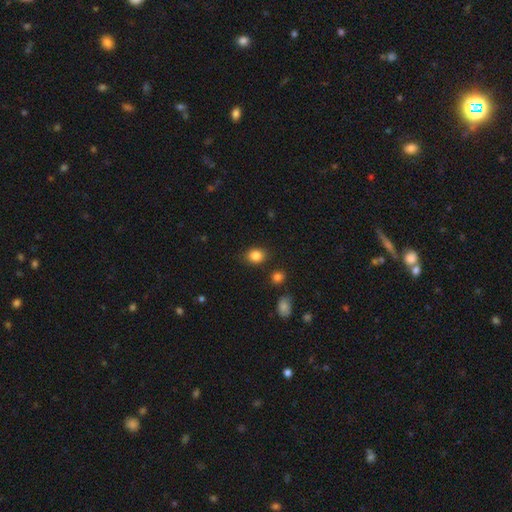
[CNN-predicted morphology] A smooth galaxy with no disk features (85%) that is round (55%). Merging: none (84%).